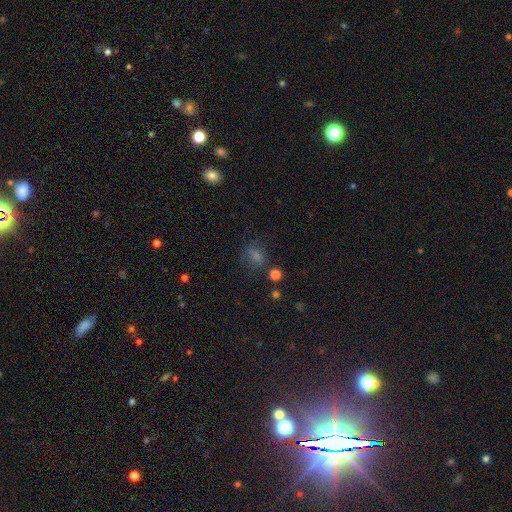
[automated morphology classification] smooth-or-featured: smooth: 55% | star or artifact: 34% | featured or disk: 11%
  how-rounded: in between: 51% | round: 47% | cigar-shaped: 2%
  merging: none: 71% | minor disturbance: 16% | major disturbance: 8% | merger: 5%